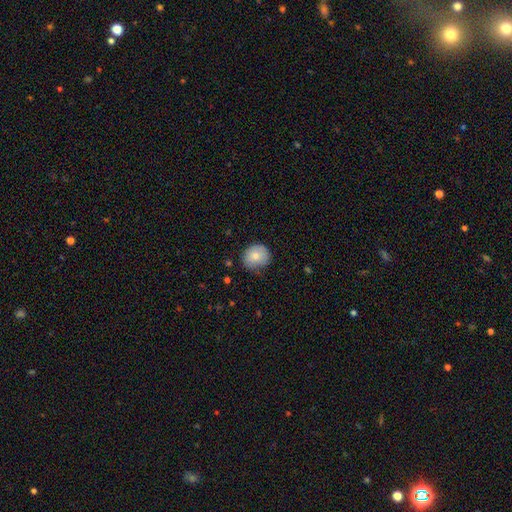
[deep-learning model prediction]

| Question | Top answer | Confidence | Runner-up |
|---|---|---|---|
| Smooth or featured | smooth | 78% | featured or disk (14%) |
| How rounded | round | 79% | in between (20%) |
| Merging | none | 68% | minor disturbance (26%) |